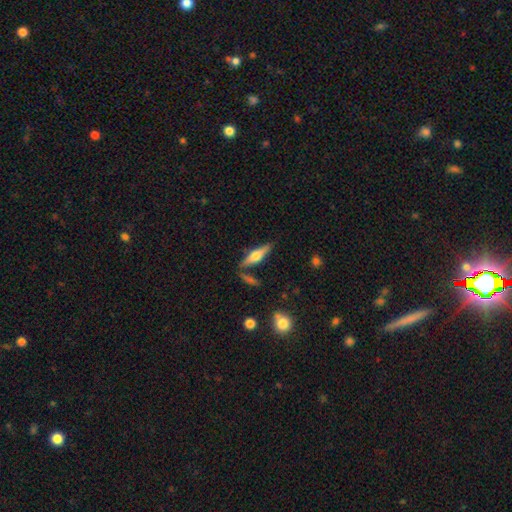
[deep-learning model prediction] This appears to be a featured or disk galaxy (58%) viewed edge-on (95%) with a rounded central bulge (88%). Merging: none (79%).